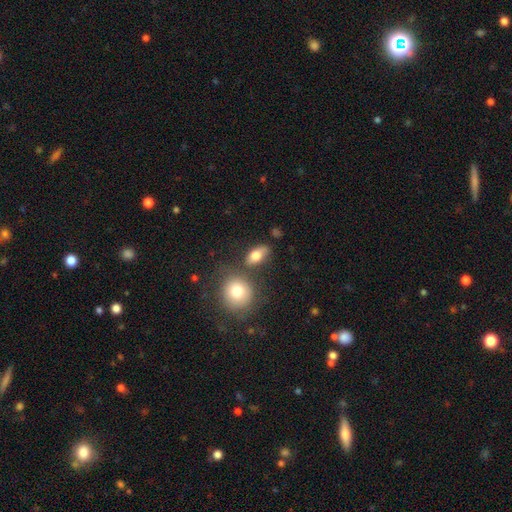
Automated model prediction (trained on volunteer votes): smooth_or_featured: smooth (p=0.78) [alt: featured or disk p=0.14]
how_rounded: in between (p=0.81) [alt: round p=0.14]
merging: none (p=0.66) [alt: minor disturbance p=0.15]